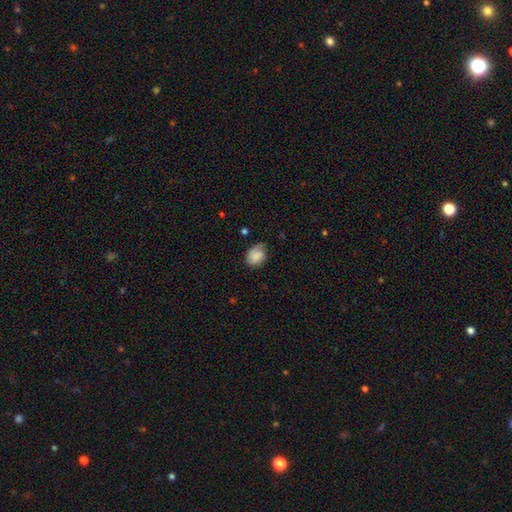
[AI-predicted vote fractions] Smooth or featured? Predicted: smooth (p=0.77). How rounded? Predicted: in between (p=0.58). Merging? Predicted: none (p=0.53).